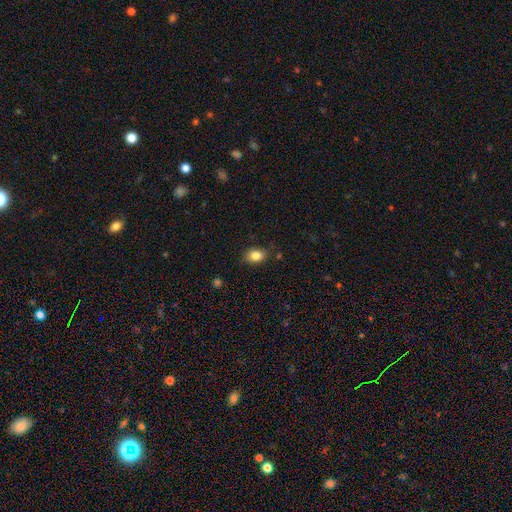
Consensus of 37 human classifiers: Smooth or featured? 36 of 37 (97%) said smooth. How rounded? 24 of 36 (67%) said in between. Merging? 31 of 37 (84%) said none.